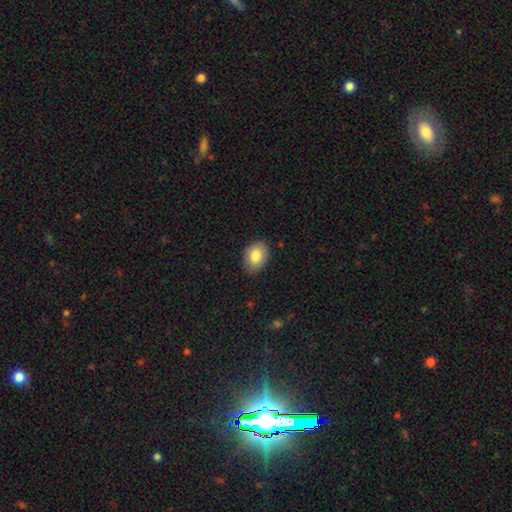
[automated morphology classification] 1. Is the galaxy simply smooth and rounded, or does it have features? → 84% smooth, 8% featured or disk, 7% star or artifact.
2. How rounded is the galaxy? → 79% in between, 20% round, 1% cigar-shaped.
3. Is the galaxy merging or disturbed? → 83% none, 13% minor disturbance, 3% major disturbance, 1% merger.